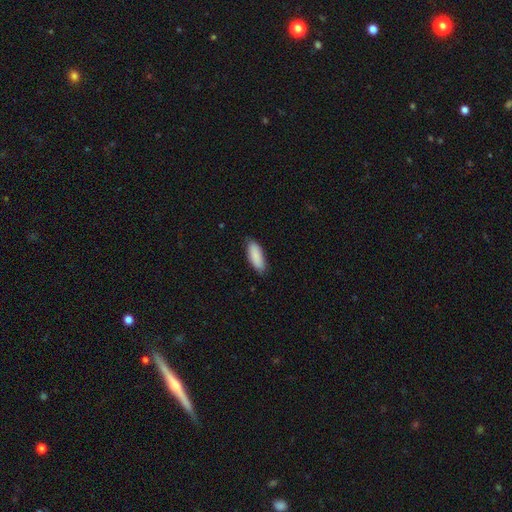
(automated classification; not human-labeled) Overall: smooth (89%). How rounded: in between (70%). Merging: none (83%).